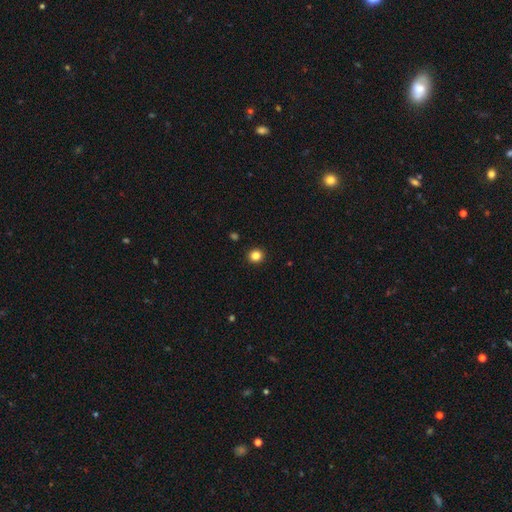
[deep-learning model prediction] Morphology: type=smooth (84%); roundness=round (89%); merging=none (93%).